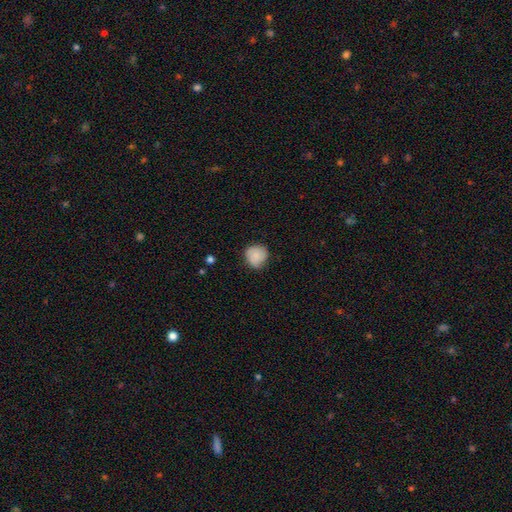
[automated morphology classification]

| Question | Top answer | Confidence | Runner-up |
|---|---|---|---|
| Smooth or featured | smooth | 81% | featured or disk (11%) |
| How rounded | round | 86% | in between (13%) |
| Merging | none | 76% | minor disturbance (19%) |